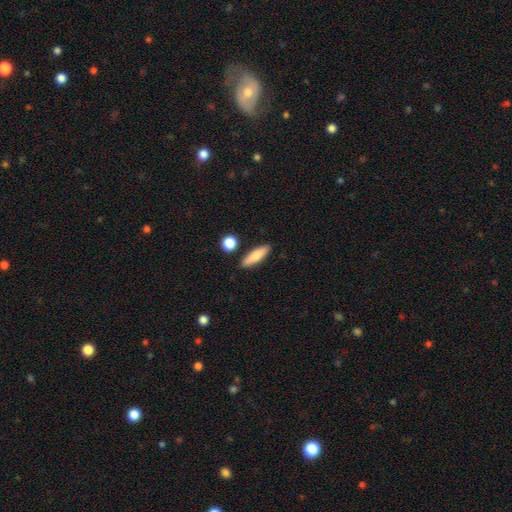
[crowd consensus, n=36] Morphology: type=smooth (69%); roundness=cigar-shaped (64%); merging=none (75%).